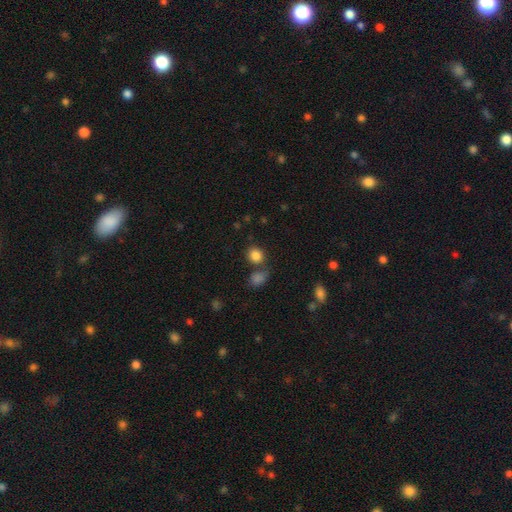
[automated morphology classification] A smooth galaxy with no disk features (84%) that is round (72%).

Vote fractions:
- Smooth or featured? smooth: 84% / star or artifact: 11% / featured or disk: 5%
- How rounded? round: 72% / in between: 27% / cigar-shaped: 1%
- Merging? none: 67% / merger: 19% / minor disturbance: 10% / major disturbance: 4%